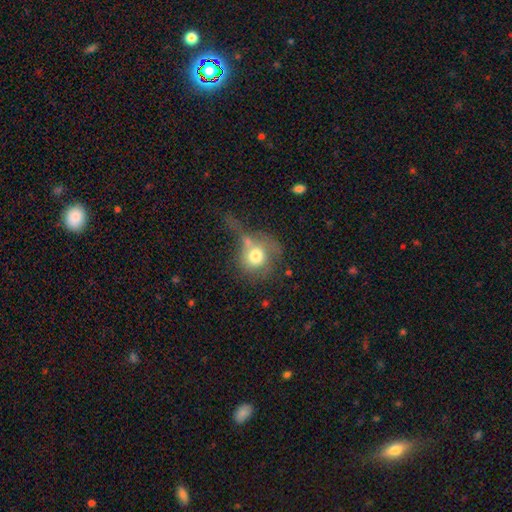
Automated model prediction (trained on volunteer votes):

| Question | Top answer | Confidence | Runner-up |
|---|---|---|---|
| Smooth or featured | smooth | 69% | featured or disk (21%) |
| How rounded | round | 82% | in between (17%) |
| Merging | major disturbance | 33% | none (28%) |